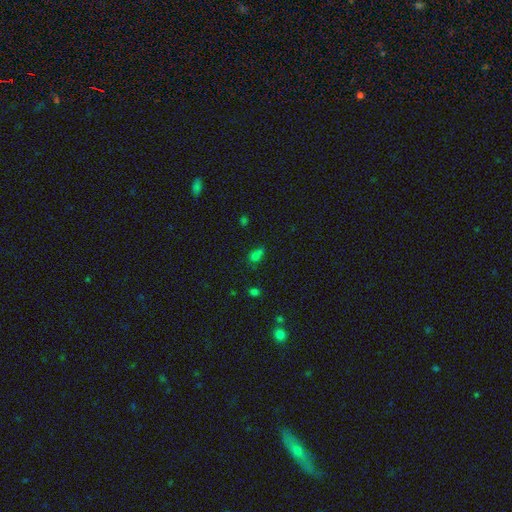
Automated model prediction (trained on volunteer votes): Smooth or featured: smooth — 62% (star or artifact — 30%)
How rounded: in between — 68% (round — 25%)
Merging: none — 51% (minor disturbance — 22%)